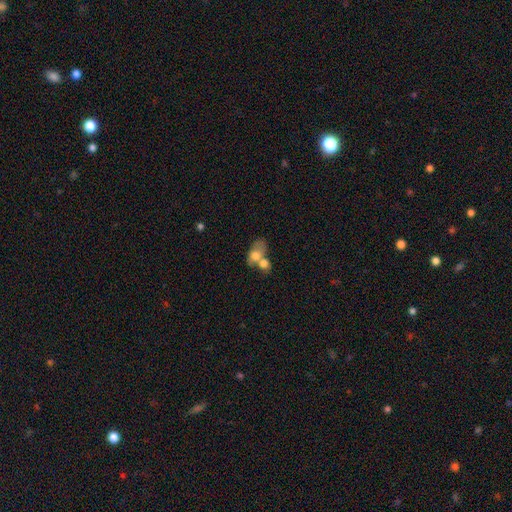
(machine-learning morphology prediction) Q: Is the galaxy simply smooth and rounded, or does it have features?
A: smooth — 66%.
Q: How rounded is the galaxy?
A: in between — 71%.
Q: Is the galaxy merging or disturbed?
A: merger — 70%.